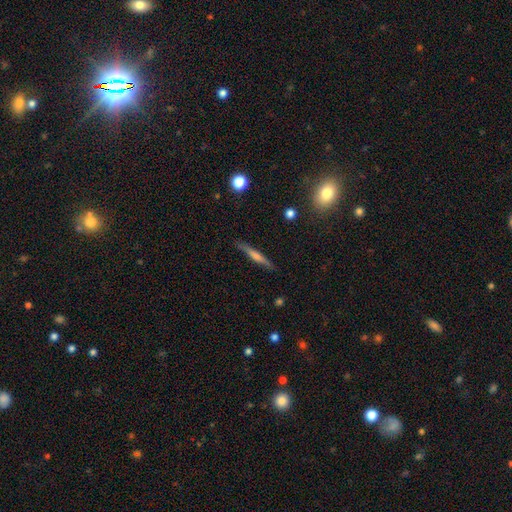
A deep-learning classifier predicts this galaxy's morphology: A featured or disk galaxy (59%) viewed edge-on (97%) with a rounded central bulge (61%). Merging: none (89%).